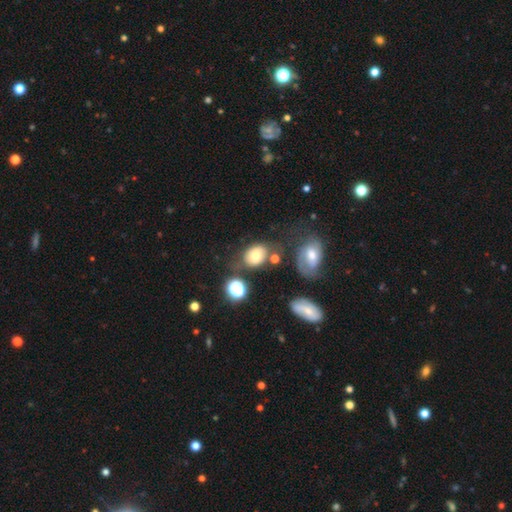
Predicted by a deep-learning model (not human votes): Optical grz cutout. It shows a smooth galaxy with no disk features (67%) that is in between round and cigar-shaped (63%). Merging: none (58%).